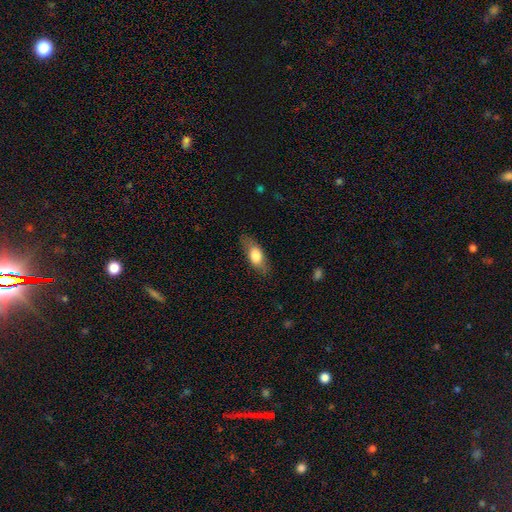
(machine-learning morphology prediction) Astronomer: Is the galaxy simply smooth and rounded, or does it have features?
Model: smooth — 71%.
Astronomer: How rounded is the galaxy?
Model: in between — 75%.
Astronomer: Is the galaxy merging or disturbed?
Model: none — 76%.